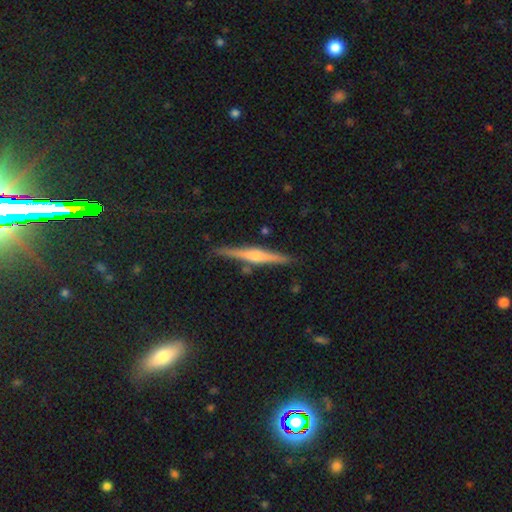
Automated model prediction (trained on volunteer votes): Morphology: type=featured or disk (75%); edge-on=yes (98%); edge-on bulge=rounded (79%); merging=none (88%).